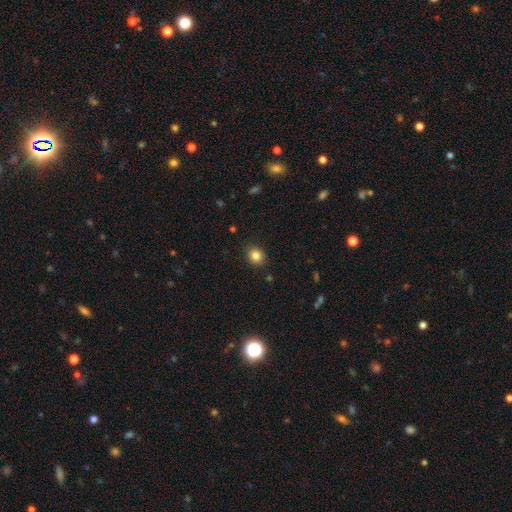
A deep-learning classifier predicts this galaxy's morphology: smooth-or-featured: smooth: 84% | star or artifact: 11% | featured or disk: 5%
  how-rounded: round: 72% | in between: 27% | cigar-shaped: 1%
  merging: none: 88% | minor disturbance: 8% | major disturbance: 2% | merger: 1%